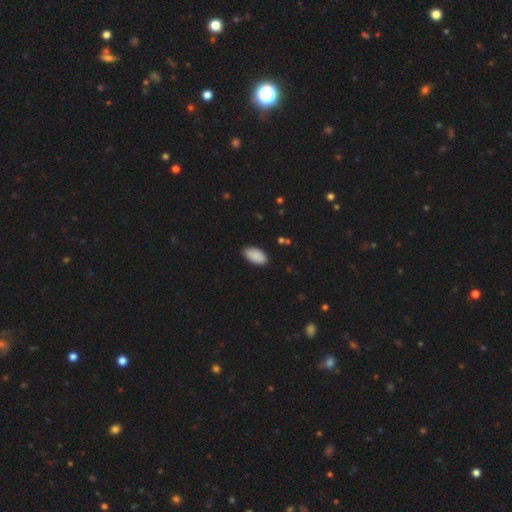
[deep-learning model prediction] Smooth or featured? Predicted: smooth (p=0.90). How rounded? Predicted: in between (p=0.95). Merging? Predicted: none (p=0.88).